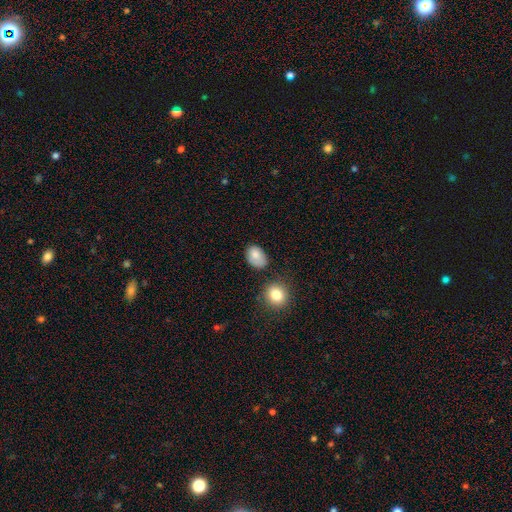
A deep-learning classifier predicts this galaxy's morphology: This appears to be a smooth galaxy with no disk features (83%) that is in between round and cigar-shaped (79%). Merging: none (62%).